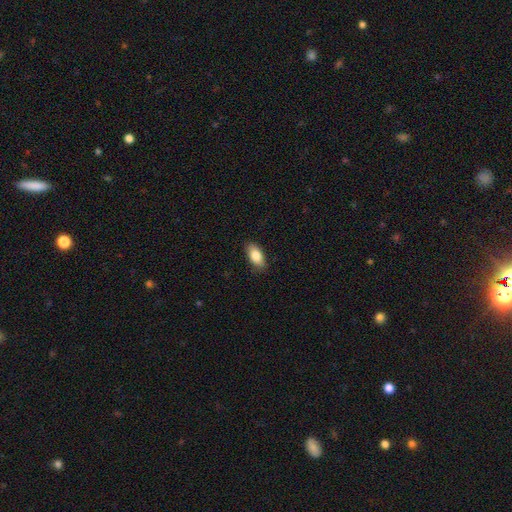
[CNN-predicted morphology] Overall: smooth (84%). How rounded: in between (90%). Merging: none (87%).